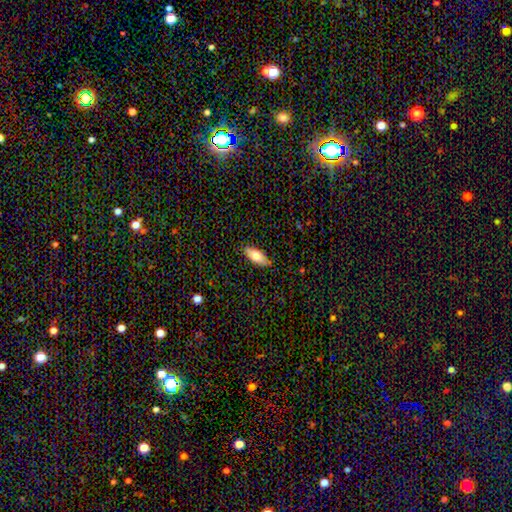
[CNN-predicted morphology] This appears to be a smooth galaxy with no disk features (72%) that is in between round and cigar-shaped (77%). Merging: none (85%).